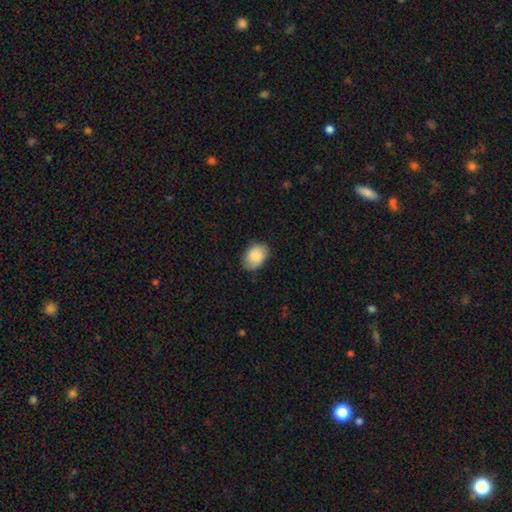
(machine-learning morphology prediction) smooth-or-featured: smooth: 85% | featured or disk: 8% | star or artifact: 6%
  how-rounded: in between: 82% | round: 17% | cigar-shaped: 1%
  merging: none: 79% | minor disturbance: 17% | major disturbance: 3% | merger: 1%